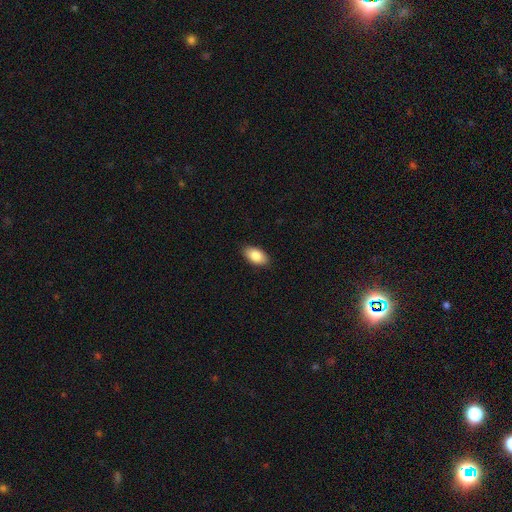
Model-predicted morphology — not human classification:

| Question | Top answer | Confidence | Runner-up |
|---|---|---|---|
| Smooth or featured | smooth | 86% | featured or disk (8%) |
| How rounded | in between | 94% | round (4%) |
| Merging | none | 89% | minor disturbance (8%) |